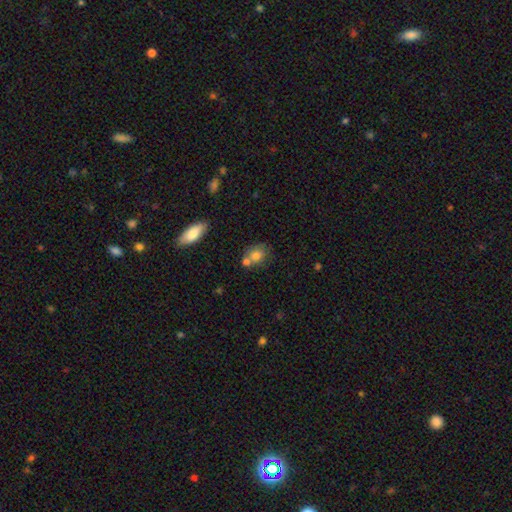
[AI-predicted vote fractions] This is likely a smooth galaxy (77%). How rounded: possibly round (51%). Merging: possibly none (48%).